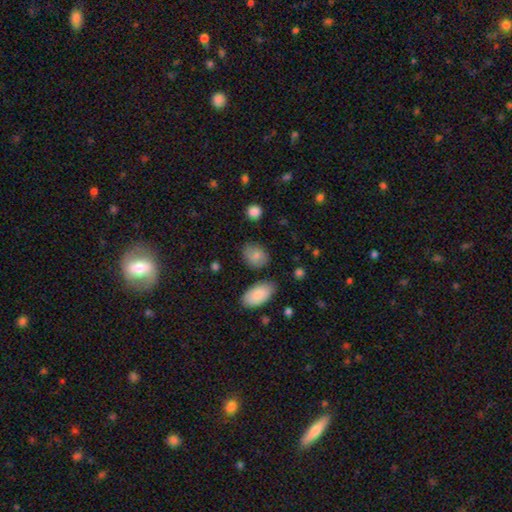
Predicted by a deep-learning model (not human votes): Smooth or featured?
  - smooth: 79% *
  - featured or disk: 11%
  - star or artifact: 10%
How rounded?
  - in between: 57% *
  - round: 42%
  - cigar-shaped: 1%
Merging?
  - none: 70% *
  - minor disturbance: 20%
  - major disturbance: 6%
  - merger: 4%